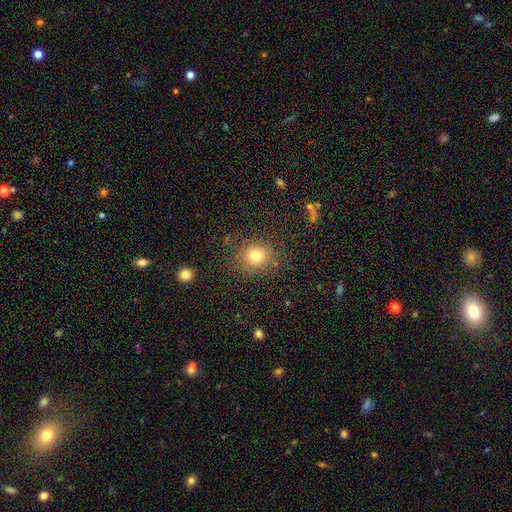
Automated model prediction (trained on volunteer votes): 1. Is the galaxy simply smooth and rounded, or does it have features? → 77% smooth, 14% star or artifact, 9% featured or disk.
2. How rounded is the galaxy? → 82% round, 17% in between, 1% cigar-shaped.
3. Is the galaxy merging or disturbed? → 83% none, 10% minor disturbance, 5% major disturbance, 2% merger.